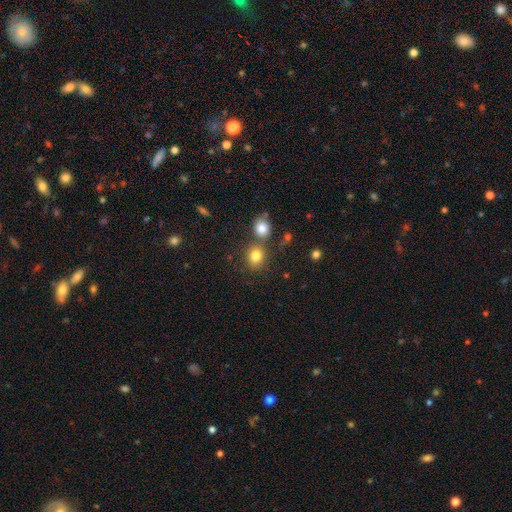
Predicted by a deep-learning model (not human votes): A smooth galaxy with no disk features (81%) that is round (64%).

Vote fractions:
- Smooth or featured? smooth: 81% / star or artifact: 12% / featured or disk: 7%
- How rounded? round: 64% / in between: 35% / cigar-shaped: 1%
- Merging? none: 62% / merger: 24% / minor disturbance: 10% / major disturbance: 4%